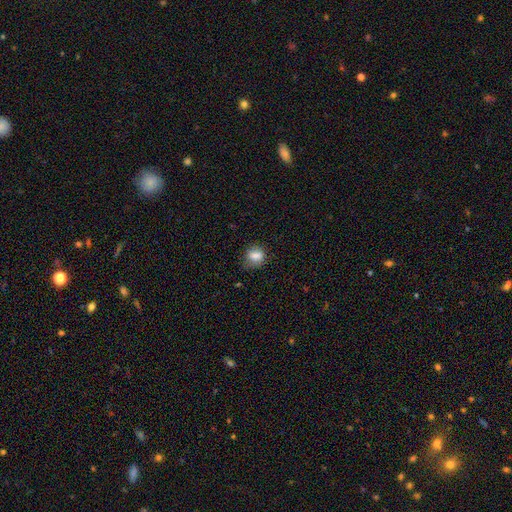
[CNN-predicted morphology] The model was most divided on "how rounded": round: 57%, in between: 42%, cigar-shaped: 2%. More confident: smooth or featured — smooth (81%); merging — none (67%).